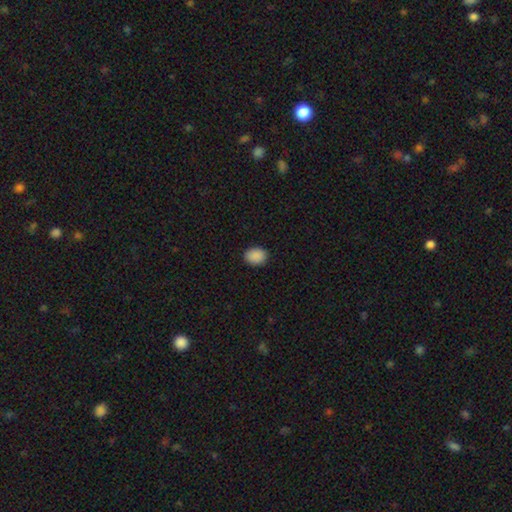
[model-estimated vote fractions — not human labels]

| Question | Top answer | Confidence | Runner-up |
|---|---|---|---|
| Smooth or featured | smooth | 90% | star or artifact (8%) |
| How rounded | in between | 59% | round (40%) |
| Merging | none | 89% | minor disturbance (8%) |